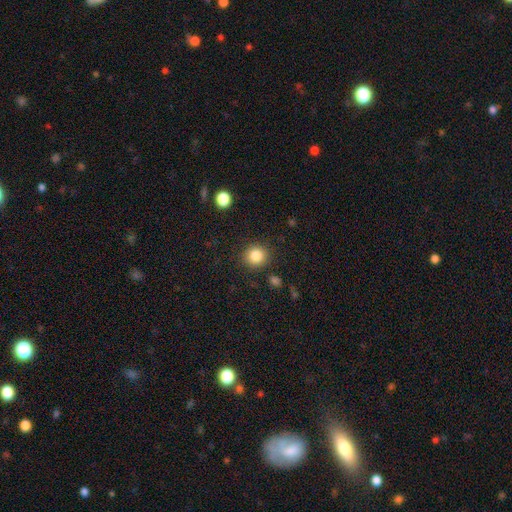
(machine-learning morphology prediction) Smooth or featured? Predicted: smooth (p=0.85). How rounded? Predicted: round (p=0.90). Merging? Predicted: none (p=0.89).